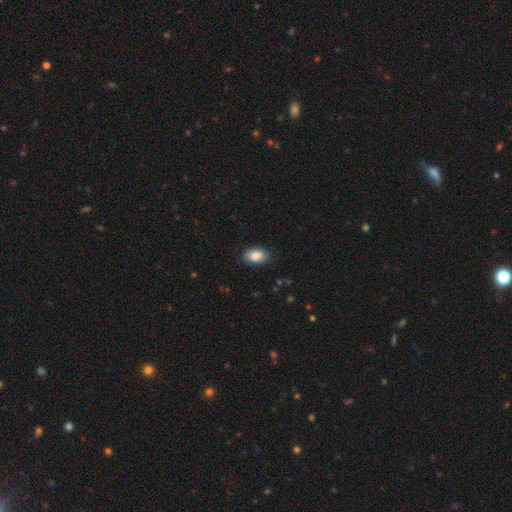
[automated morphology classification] Smooth or featured?
  - smooth: 86% *
  - star or artifact: 7%
  - featured or disk: 7%
How rounded?
  - in between: 90% *
  - round: 9%
  - cigar-shaped: 1%
Merging?
  - none: 86% *
  - minor disturbance: 10%
  - major disturbance: 2%
  - merger: 1%